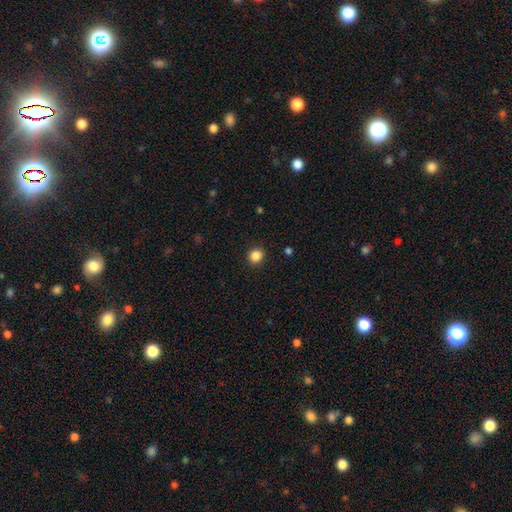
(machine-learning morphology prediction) smooth 86%, star or artifact 11%, featured or disk 3%. Down the decision tree: how rounded — round (83%); merging — none (92%).